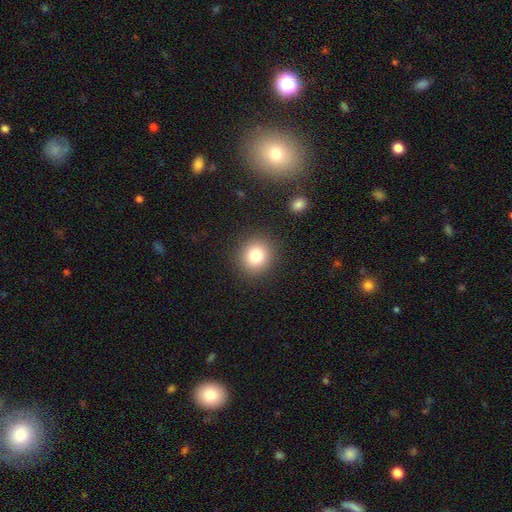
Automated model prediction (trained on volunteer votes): Overall: smooth (79%). How rounded: round (84%). Merging: none (89%).